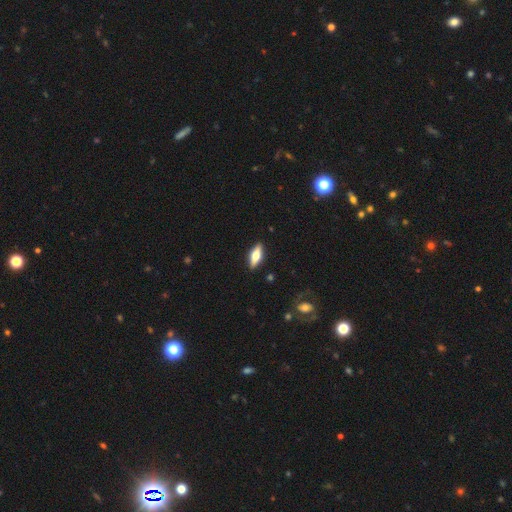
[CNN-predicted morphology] Smooth or featured? smooth (51%)
How rounded? in between (60%)
Merging? none (89%)